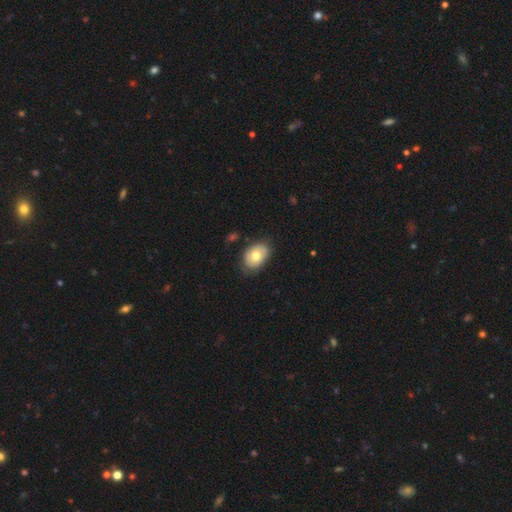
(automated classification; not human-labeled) Smooth or featured?
  - smooth: 71% *
  - featured or disk: 21%
  - star or artifact: 7%
How rounded?
  - in between: 80% *
  - round: 19%
  - cigar-shaped: 1%
Merging?
  - none: 75% *
  - minor disturbance: 19%
  - major disturbance: 4%
  - merger: 2%